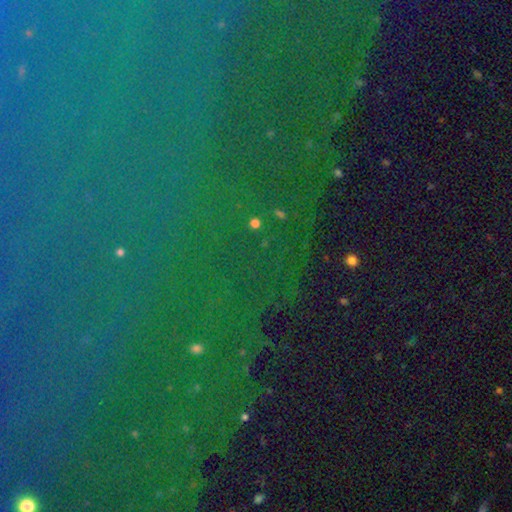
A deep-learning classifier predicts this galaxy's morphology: Q: Smooth or featured?
A: star or artifact (86%); runner-up: smooth (7%)